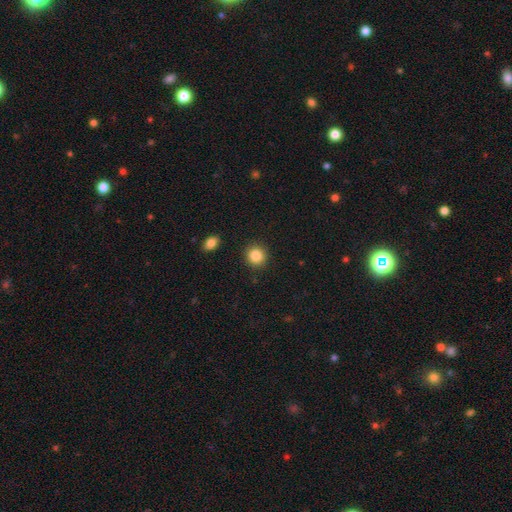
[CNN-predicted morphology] smooth_or_featured: smooth (p=0.86) [alt: star or artifact p=0.10]
how_rounded: round (p=0.90) [alt: in between p=0.09]
merging: none (p=0.91) [alt: minor disturbance p=0.06]